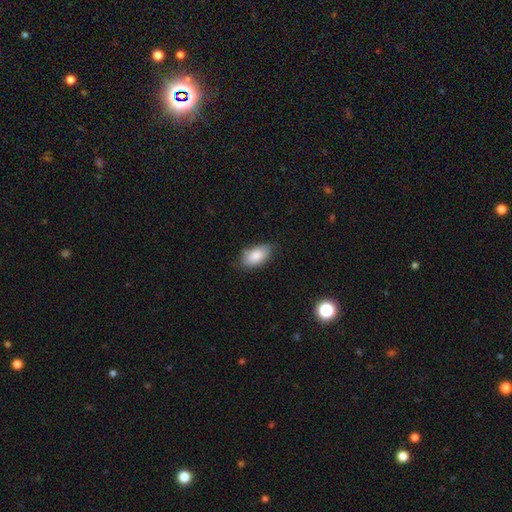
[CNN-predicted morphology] This appears to be a smooth galaxy with no disk features (85%) that is in between round and cigar-shaped (93%). Merging: none (77%).